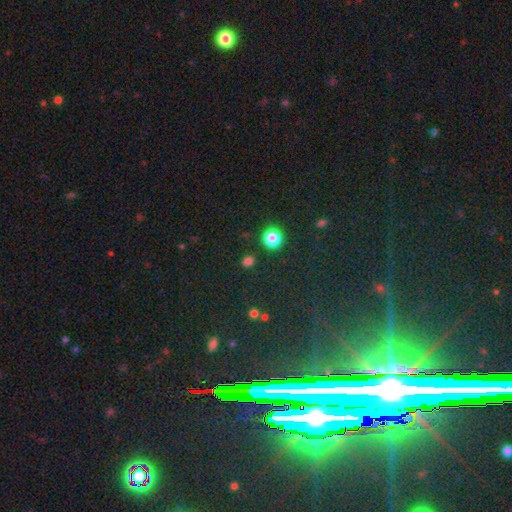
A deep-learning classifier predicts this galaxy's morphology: star or artifact 73%, featured or disk 14%, smooth 13%.